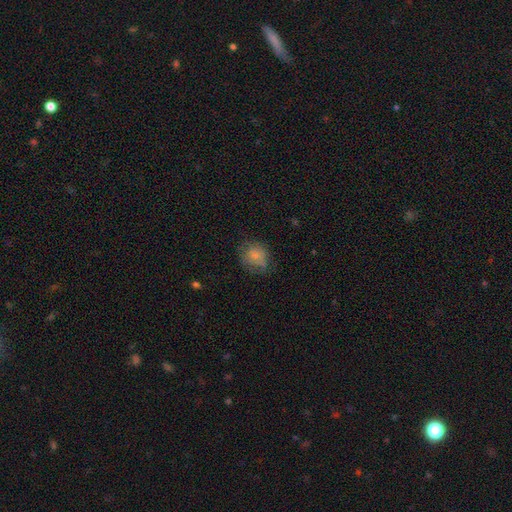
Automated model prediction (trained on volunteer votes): smooth 72%, featured or disk 19%, star or artifact 9%. Down the decision tree: how rounded — round (67%); merging — none (61%).